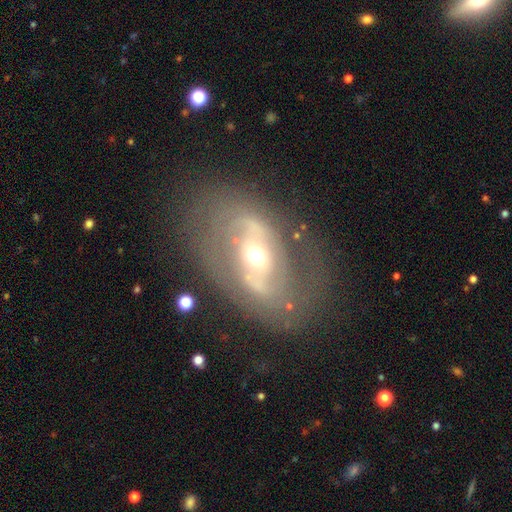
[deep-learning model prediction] This appears to be a featured or disk galaxy (80%) with a weak bar (37%), 2 (76%) medium (41%) spiral arms (73%) and a moderate central bulge (66%). Merging: none (72%).